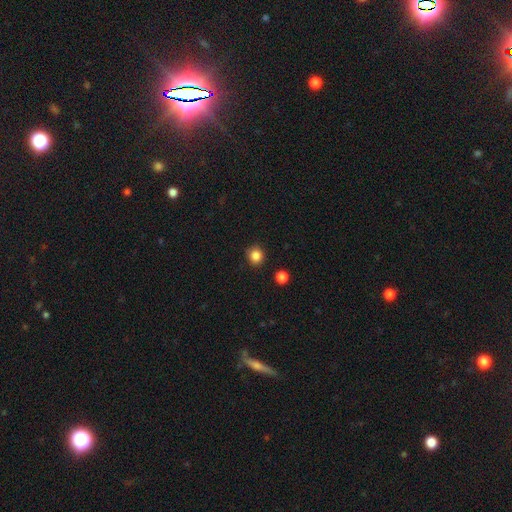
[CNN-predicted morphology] Smooth or featured: smooth — 85% (star or artifact — 11%)
How rounded: round — 90% (in between — 9%)
Merging: none — 89% (minor disturbance — 7%)